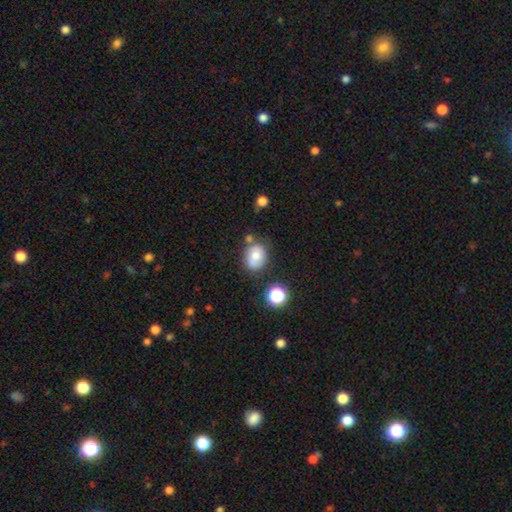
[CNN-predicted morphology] The model was most divided on "how rounded": round: 51%, in between: 48%, cigar-shaped: 1%. More confident: smooth or featured — smooth (69%); merging — none (64%).